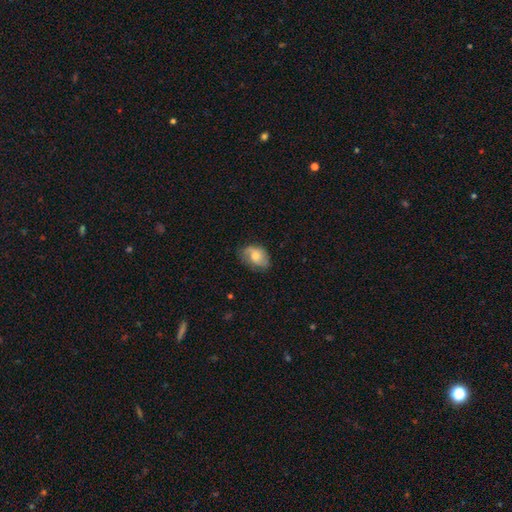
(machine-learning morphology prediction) This appears to be a smooth galaxy with no disk features (60%) that is in between round and cigar-shaped (77%). Merging: none (62%).